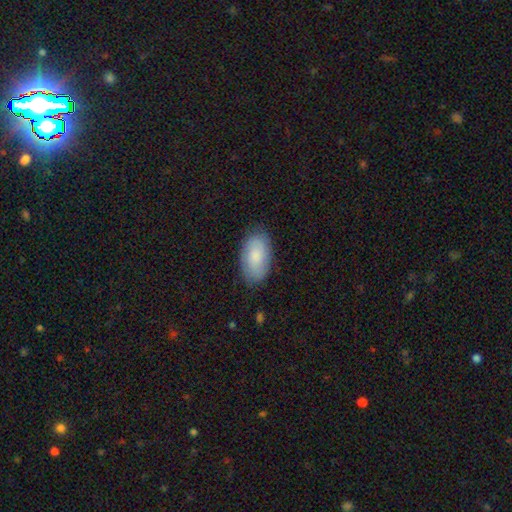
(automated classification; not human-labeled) Overall: smooth (76%). How rounded: in between (95%). Merging: none (82%).